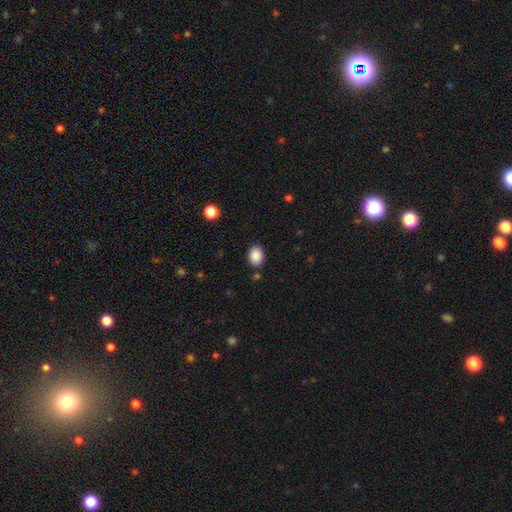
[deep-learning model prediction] smooth-or-featured: smooth: 88% | star or artifact: 9% | featured or disk: 3%
  how-rounded: in between: 66% | round: 33% | cigar-shaped: 1%
  merging: none: 85% | minor disturbance: 10% | major disturbance: 3% | merger: 3%